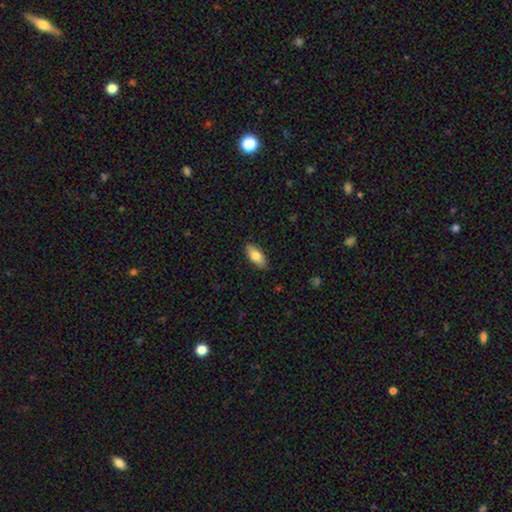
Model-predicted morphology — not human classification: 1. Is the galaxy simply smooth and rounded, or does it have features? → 78% smooth, 15% featured or disk, 6% star or artifact.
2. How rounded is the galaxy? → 85% in between, 13% cigar-shaped, 2% round.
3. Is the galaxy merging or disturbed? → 87% none, 10% minor disturbance, 2% major disturbance, 1% merger.